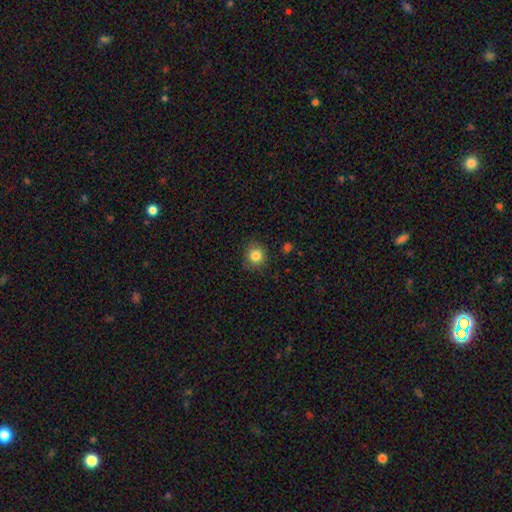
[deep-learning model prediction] Q: Smooth or featured?
A: smooth (84%); runner-up: star or artifact (10%)
Q: How rounded?
A: round (88%); runner-up: in between (11%)
Q: Merging?
A: none (85%); runner-up: minor disturbance (11%)